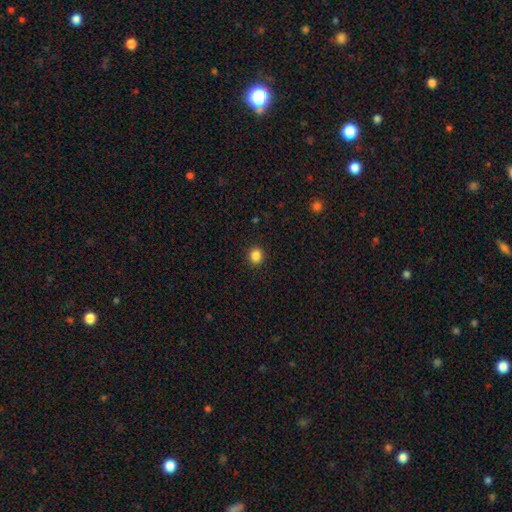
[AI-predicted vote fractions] The model was most divided on "smooth or featured": smooth: 86%, star or artifact: 11%, featured or disk: 3%. More confident: merging — none (92%); how rounded — round (87%).